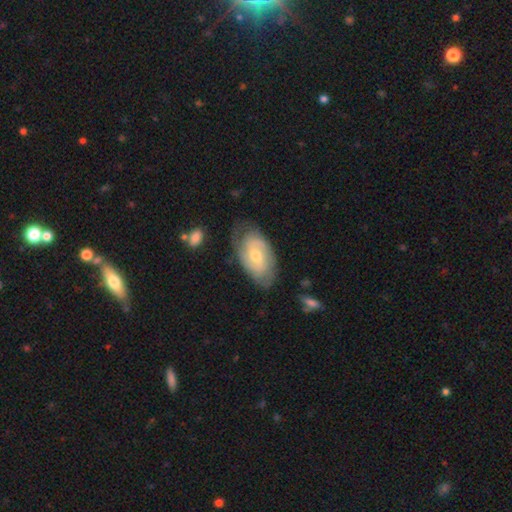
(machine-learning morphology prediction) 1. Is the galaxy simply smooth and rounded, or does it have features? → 71% featured or disk, 23% smooth, 5% star or artifact.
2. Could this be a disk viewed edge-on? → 94% no, 6% yes.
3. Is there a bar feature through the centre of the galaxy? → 56% no, 37% weak, 7% strong.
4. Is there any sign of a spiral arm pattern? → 88% yes, 12% no.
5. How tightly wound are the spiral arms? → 51% tight, 36% medium, 13% loose.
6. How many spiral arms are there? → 52% 2, 29% can't tell, 10% 3, 4% 1, 3% 4, 2% more than 4.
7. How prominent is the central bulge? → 62% moderate, 34% small, 3% large, 1% none, 1% dominant.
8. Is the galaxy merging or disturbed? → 70% none, 22% minor disturbance, 6% major disturbance, 2% merger.